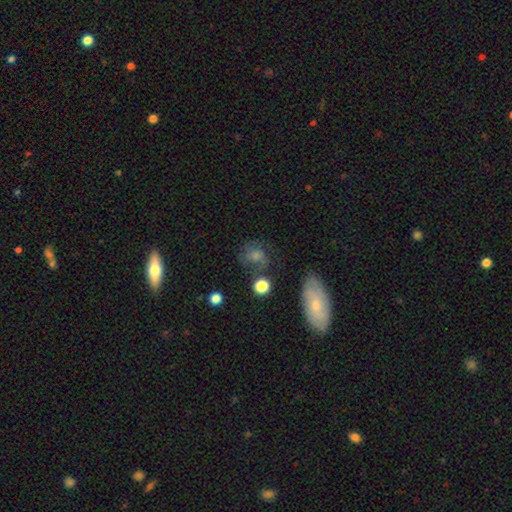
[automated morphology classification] smooth-or-featured: smooth: 48% | featured or disk: 36% | star or artifact: 16%
  merging: none: 67% | minor disturbance: 18% | major disturbance: 9% | merger: 5%